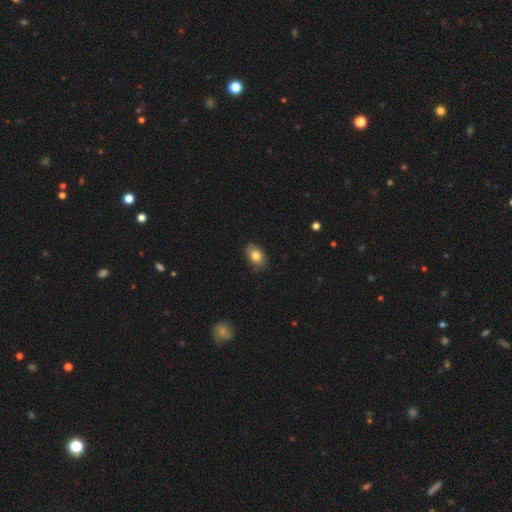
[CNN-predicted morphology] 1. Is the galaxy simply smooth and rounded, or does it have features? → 80% smooth, 12% featured or disk, 8% star or artifact.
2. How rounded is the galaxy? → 86% in between, 12% round, 1% cigar-shaped.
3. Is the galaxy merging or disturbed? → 81% none, 15% minor disturbance, 3% major disturbance, 1% merger.